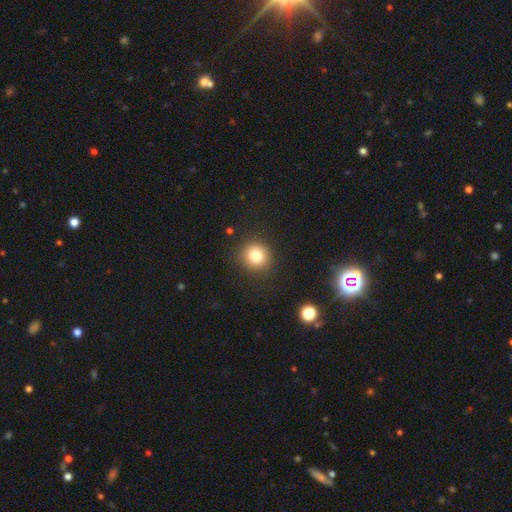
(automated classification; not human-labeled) Smooth or featured? smooth (81%)
How rounded? round (90%)
Merging? none (89%)